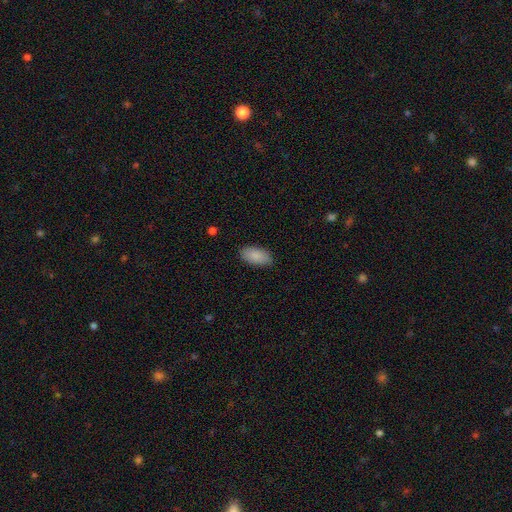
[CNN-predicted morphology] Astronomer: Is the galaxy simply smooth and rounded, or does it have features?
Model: smooth — 89%.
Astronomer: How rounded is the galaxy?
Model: in between — 93%.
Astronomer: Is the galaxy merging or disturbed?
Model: none — 87%.